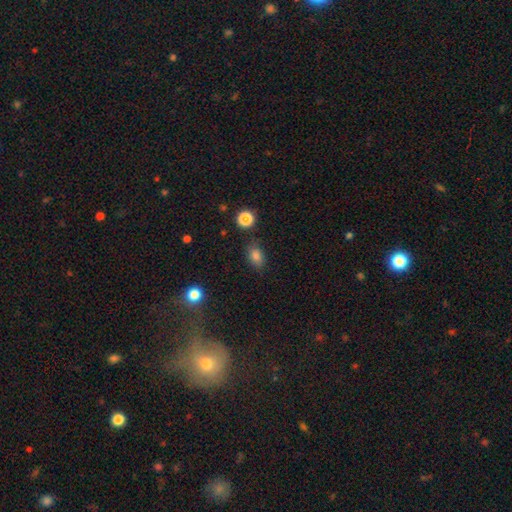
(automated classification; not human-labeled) Smooth or featured? Predicted: smooth (p=0.82). How rounded? Predicted: in between (p=0.74). Merging? Predicted: none (p=0.79).